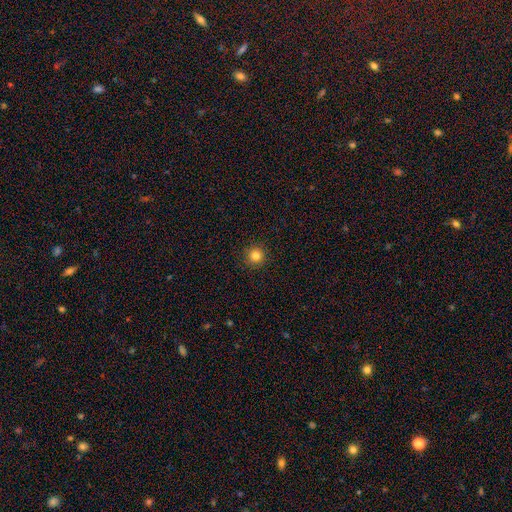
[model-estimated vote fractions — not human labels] The model was most divided on "smooth or featured": smooth: 83%, star or artifact: 12%, featured or disk: 5%. More confident: how rounded — round (96%); merging — none (92%).